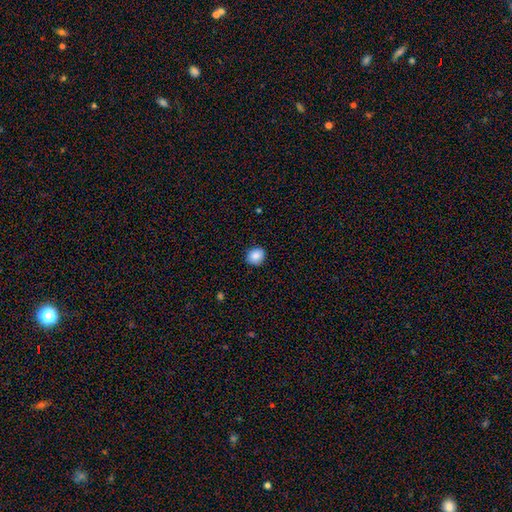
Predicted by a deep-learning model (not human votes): Smooth or featured? Predicted: smooth (p=0.87). How rounded? Predicted: round (p=0.78). Merging? Predicted: none (p=0.89).